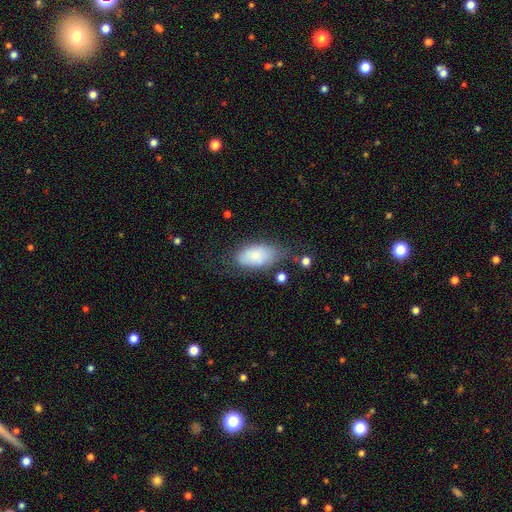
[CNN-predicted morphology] Smooth or featured? smooth (77%)
How rounded? in between (93%)
Merging? none (55%)